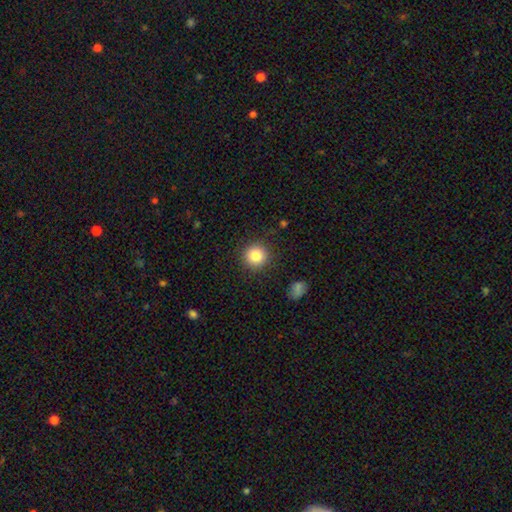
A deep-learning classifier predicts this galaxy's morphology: A smooth galaxy with no disk features (84%) that is round (93%).

Vote fractions:
- Smooth or featured? smooth: 84% / star or artifact: 10% / featured or disk: 6%
- How rounded? round: 93% / in between: 6% / cigar-shaped: 1%
- Merging? none: 89% / minor disturbance: 7% / major disturbance: 3% / merger: 1%